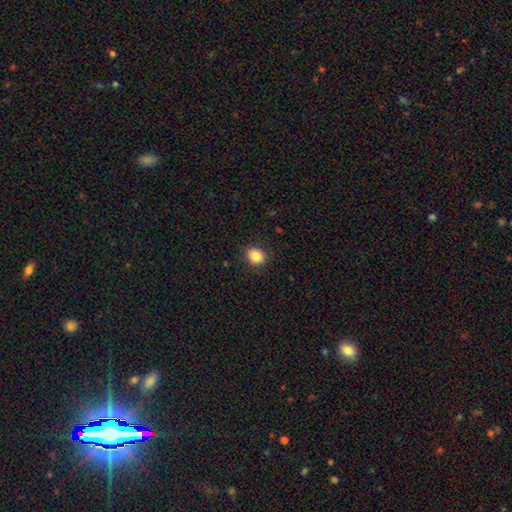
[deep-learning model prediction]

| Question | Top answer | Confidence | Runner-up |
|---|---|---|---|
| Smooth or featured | smooth | 84% | star or artifact (10%) |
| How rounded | round | 62% | in between (37%) |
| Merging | none | 89% | minor disturbance (8%) |